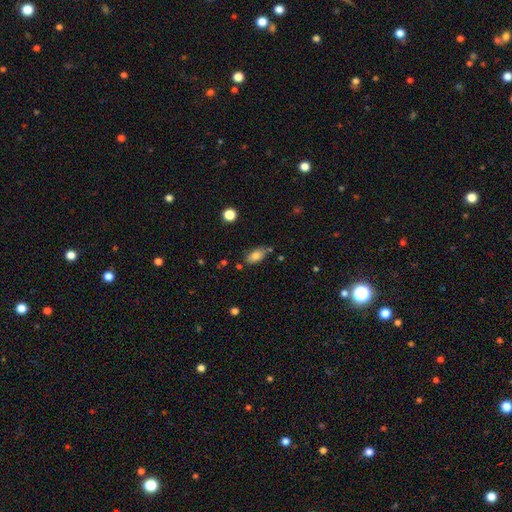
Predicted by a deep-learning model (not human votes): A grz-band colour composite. It shows a smooth galaxy with no disk features (81%) that is in between round and cigar-shaped (90%). Merging: none (69%).